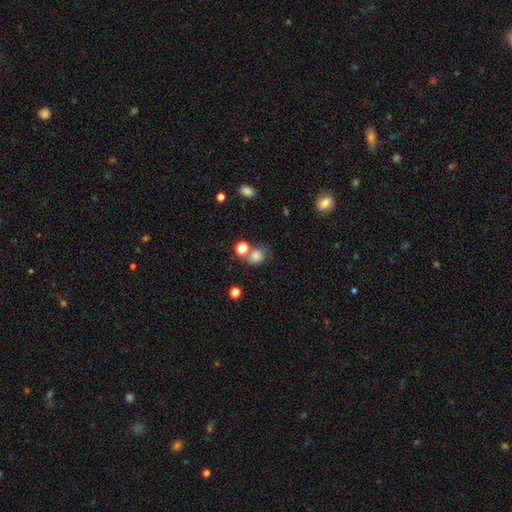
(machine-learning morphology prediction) smooth-or-featured: smooth: 79% | star or artifact: 13% | featured or disk: 8%
  how-rounded: round: 60% | in between: 39% | cigar-shaped: 1%
  merging: none: 53% | merger: 23% | minor disturbance: 16% | major disturbance: 7%